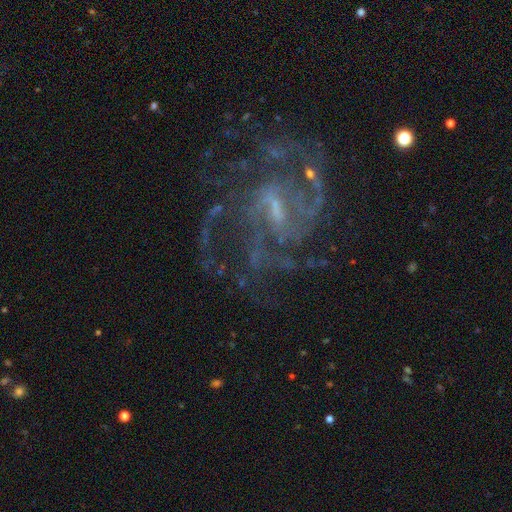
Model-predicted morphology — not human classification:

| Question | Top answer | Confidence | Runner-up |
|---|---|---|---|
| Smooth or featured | featured or disk | 87% | star or artifact (9%) |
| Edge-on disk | no | 98% | yes (2%) |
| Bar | weak | 58% | strong (22%) |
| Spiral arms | yes | 95% | no (5%) |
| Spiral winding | medium | 50% | tight (32%) |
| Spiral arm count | can't tell | 25% | 3 (23%) |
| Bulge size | small | 54% | moderate (24%) |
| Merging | none | 62% | major disturbance (20%) |